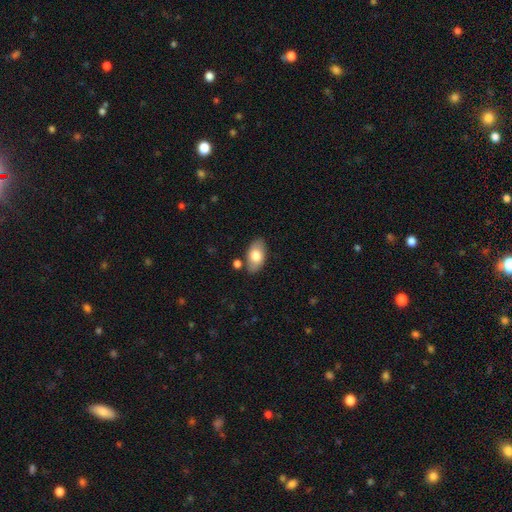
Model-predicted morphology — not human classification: smooth_or_featured: smooth (p=0.74) [alt: featured or disk p=0.19]
how_rounded: in between (p=0.93) [alt: round p=0.05]
merging: none (p=0.80) [alt: minor disturbance p=0.12]